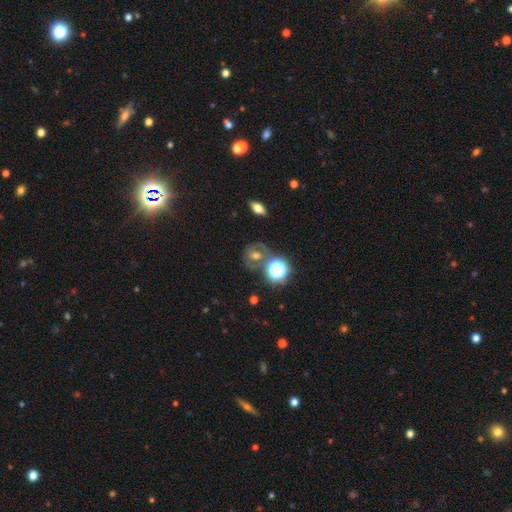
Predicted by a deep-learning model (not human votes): smooth_or_featured: smooth (p=0.41) [alt: featured or disk p=0.34]
merging: none (p=0.65) [alt: minor disturbance p=0.16]